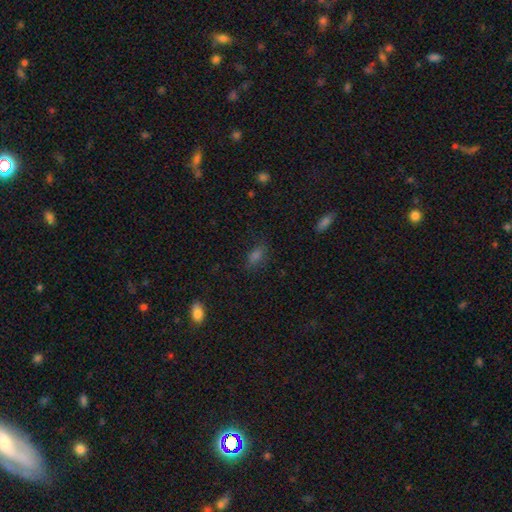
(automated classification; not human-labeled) Smooth or featured? Predicted: smooth (p=0.64). How rounded? Predicted: in between (p=0.78). Merging? Predicted: none (p=0.76).